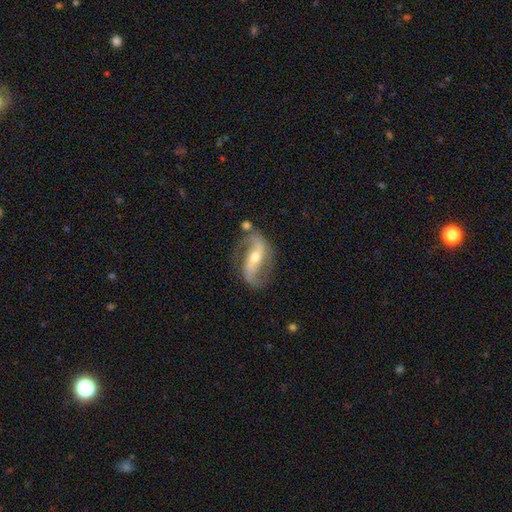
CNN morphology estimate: type=featured or disk (89%); edge-on=no (96%); bar=strong (42%); spiral arms=yes (96%); winding=loose (50%); arm count=2 (92%); bulge=moderate (51%); merging=none (71%).